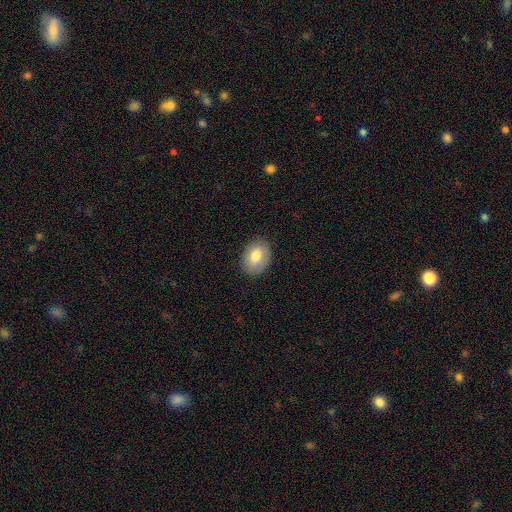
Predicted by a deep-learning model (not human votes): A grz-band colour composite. It shows a smooth galaxy with no disk features (77%) that is in between round and cigar-shaped (74%). Merging: none (81%).